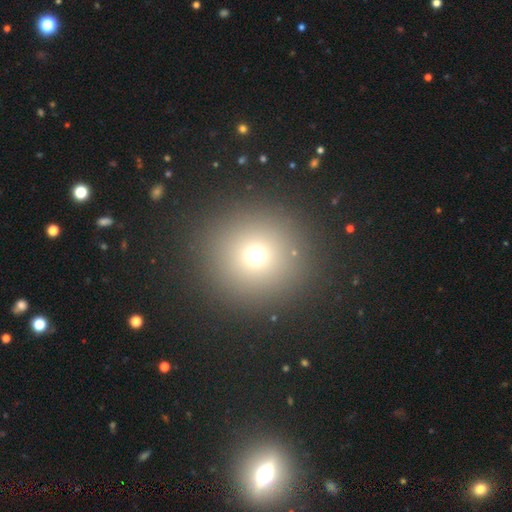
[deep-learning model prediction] Morphology: type=smooth (68%); roundness=round (93%); merging=none (91%).